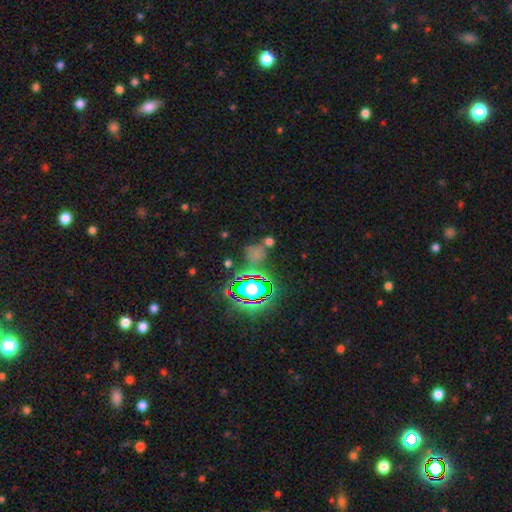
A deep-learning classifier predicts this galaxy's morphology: This appears to be a star or artifact, not a galaxy (50%).